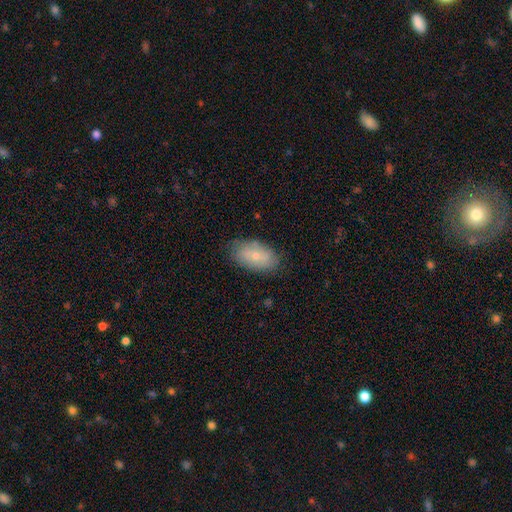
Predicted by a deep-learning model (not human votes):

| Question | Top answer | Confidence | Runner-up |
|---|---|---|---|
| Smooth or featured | smooth | 68% | featured or disk (25%) |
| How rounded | in between | 92% | round (5%) |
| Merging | none | 79% | minor disturbance (16%) |